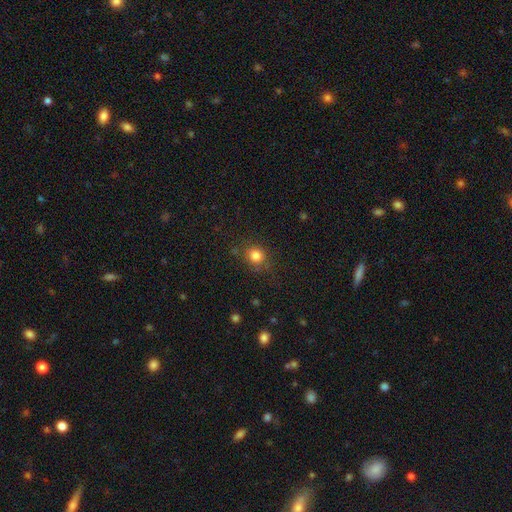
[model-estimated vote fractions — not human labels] smooth_or_featured: smooth (p=0.82) [alt: star or artifact p=0.12]
how_rounded: round (p=0.80) [alt: in between p=0.19]
merging: none (p=0.78) [alt: minor disturbance p=0.14]